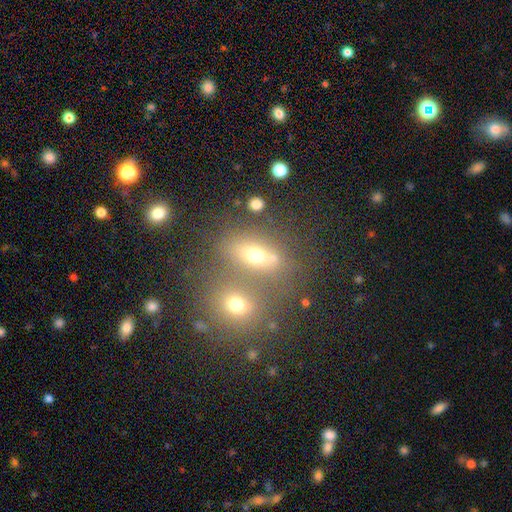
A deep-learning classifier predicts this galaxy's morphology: type=smooth (60%); roundness=in between (62%); merging=none (46%).